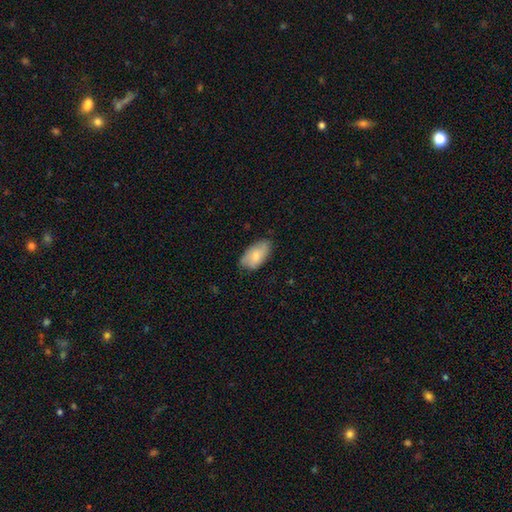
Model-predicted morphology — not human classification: smooth_or_featured: smooth (p=0.76) [alt: featured or disk p=0.18]
how_rounded: in between (p=0.94) [alt: round p=0.04]
merging: none (p=0.71) [alt: minor disturbance p=0.24]